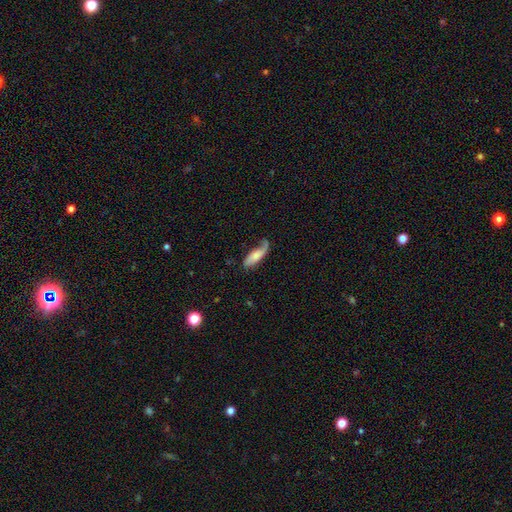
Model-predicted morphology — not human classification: Q: Smooth or featured?
A: smooth (52%); runner-up: featured or disk (42%)
Q: How rounded?
A: in between (62%); runner-up: cigar-shaped (36%)
Q: Merging?
A: none (46%); runner-up: minor disturbance (28%)